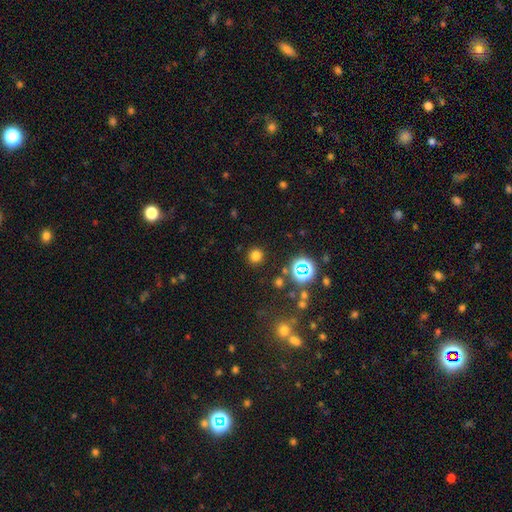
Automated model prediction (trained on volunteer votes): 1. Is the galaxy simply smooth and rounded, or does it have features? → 74% smooth, 20% star or artifact, 6% featured or disk.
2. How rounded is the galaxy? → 93% round, 6% in between, 1% cigar-shaped.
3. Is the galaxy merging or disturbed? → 89% none, 6% minor disturbance, 3% major disturbance, 2% merger.